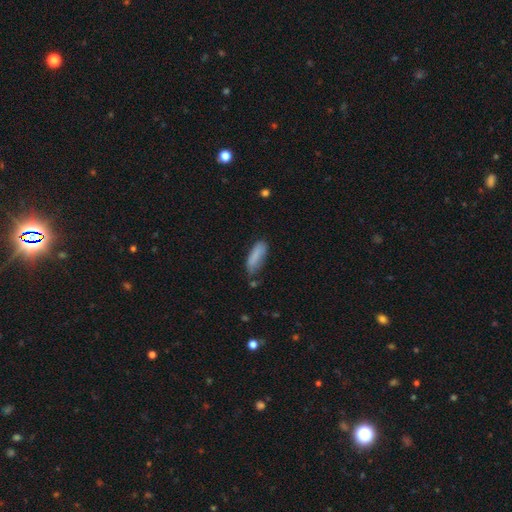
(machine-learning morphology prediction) This appears to be a smooth galaxy with no disk features (84%) that is in between round and cigar-shaped (57%). Merging: none (61%).